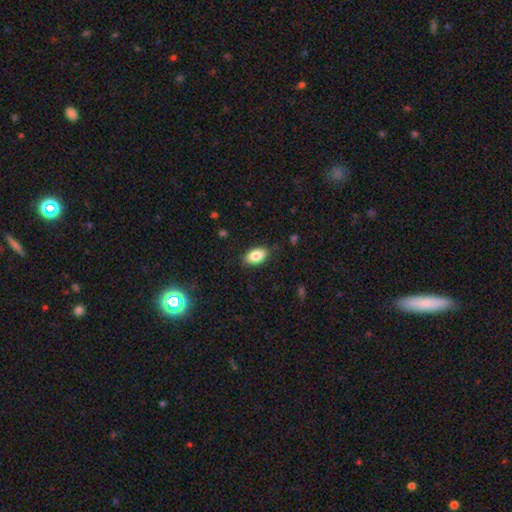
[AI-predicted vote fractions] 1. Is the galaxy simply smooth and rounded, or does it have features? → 85% smooth, 8% featured or disk, 7% star or artifact.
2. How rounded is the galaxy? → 93% in between, 5% round, 3% cigar-shaped.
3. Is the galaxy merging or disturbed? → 84% none, 12% minor disturbance, 3% major disturbance, 1% merger.